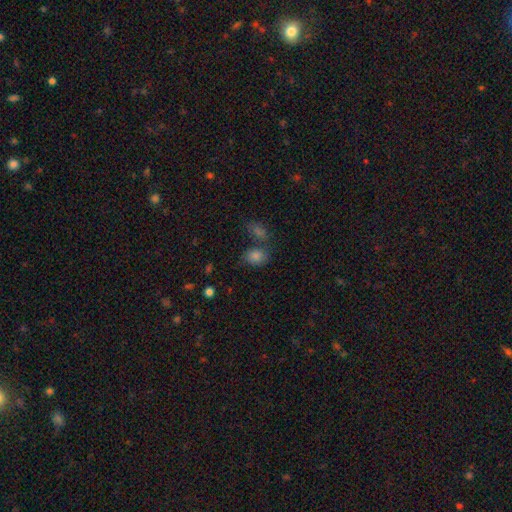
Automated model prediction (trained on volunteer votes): The model was most divided on "how rounded": in between: 62%, round: 37%, cigar-shaped: 1%. More confident: smooth or featured — smooth (80%); merging — none (55%).